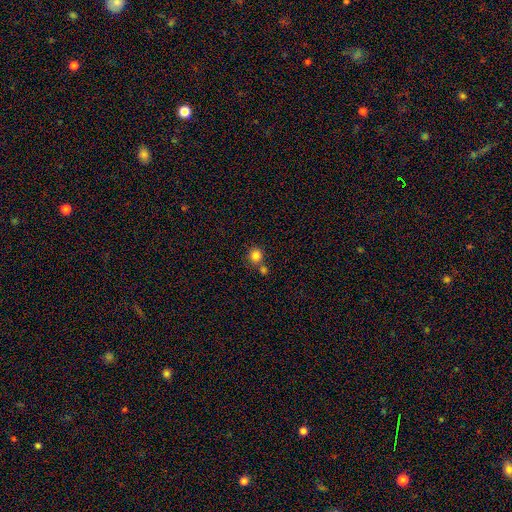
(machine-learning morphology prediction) Smooth or featured: smooth — 83% (star or artifact — 11%)
How rounded: round — 89% (in between — 11%)
Merging: none — 65% (merger — 24%)